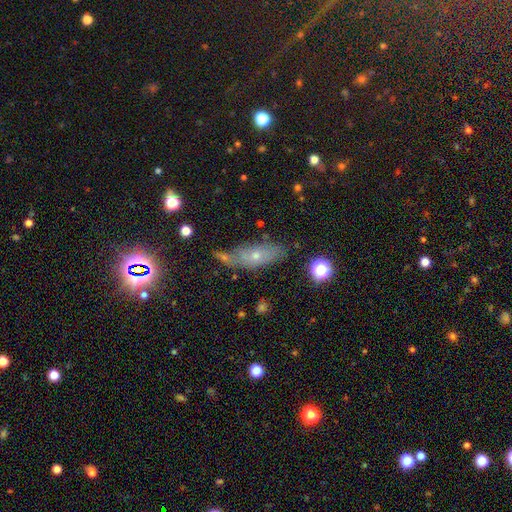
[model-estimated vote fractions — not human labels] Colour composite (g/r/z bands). It shows a smooth galaxy with no disk features (49%). Merging: none (57%).